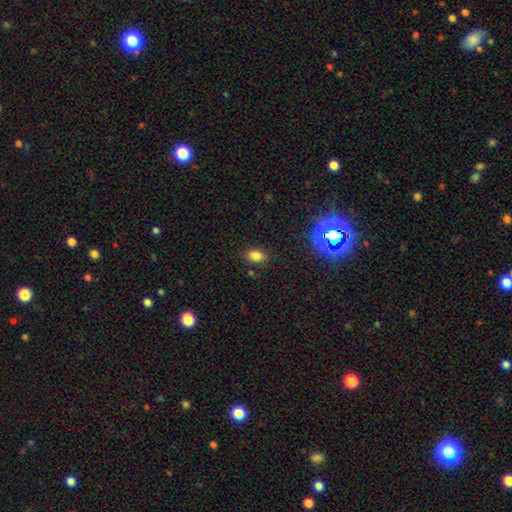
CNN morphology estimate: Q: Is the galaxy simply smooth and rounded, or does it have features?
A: smooth — 78%.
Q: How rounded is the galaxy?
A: in between — 77%.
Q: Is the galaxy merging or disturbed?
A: none — 84%.